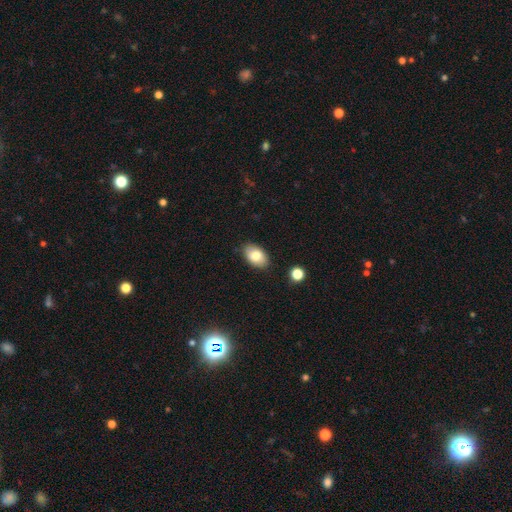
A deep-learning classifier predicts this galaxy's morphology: This appears to be a smooth galaxy with no disk features (81%) that is in between round and cigar-shaped (88%). Merging: none (84%).